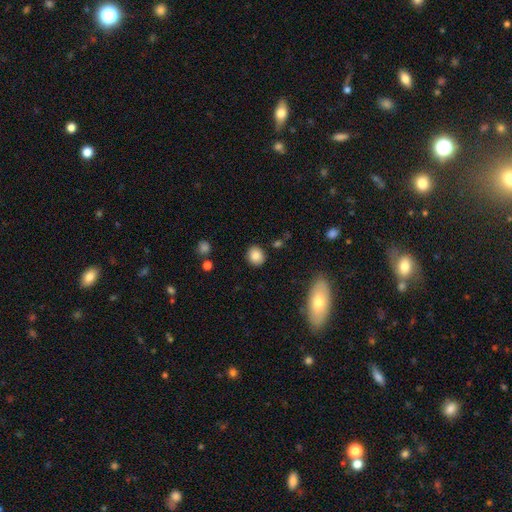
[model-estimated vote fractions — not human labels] Smooth or featured? smooth (85%)
How rounded? round (75%)
Merging? none (89%)